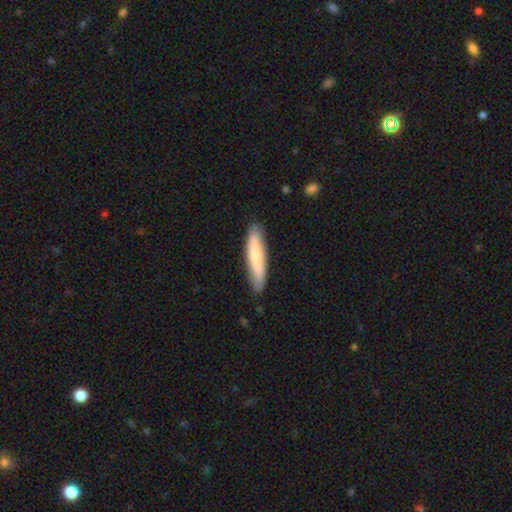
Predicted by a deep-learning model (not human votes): Morphology: type=smooth (68%); roundness=cigar-shaped (85%); merging=none (84%).